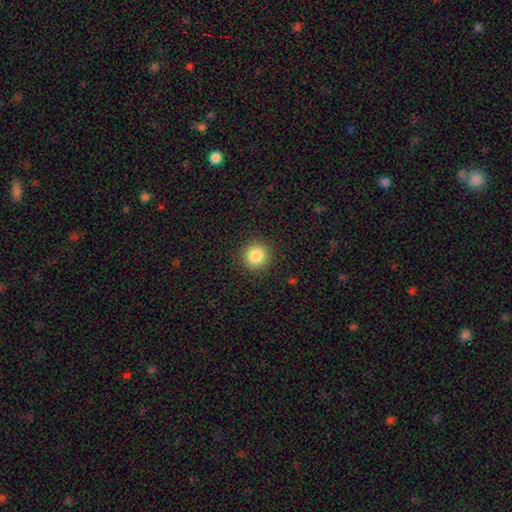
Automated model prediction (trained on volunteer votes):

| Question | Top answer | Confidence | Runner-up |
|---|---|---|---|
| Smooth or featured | smooth | 85% | star or artifact (10%) |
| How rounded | round | 92% | in between (7%) |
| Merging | none | 91% | minor disturbance (6%) |